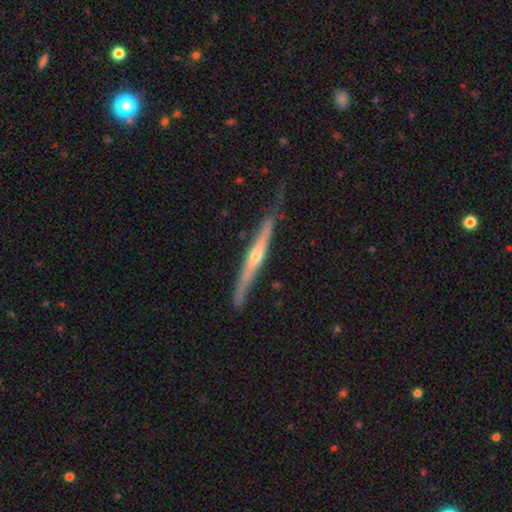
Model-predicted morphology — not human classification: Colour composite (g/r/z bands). It shows a featured or disk galaxy (77%) viewed edge-on (96%) with a rounded central bulge (79%). Merging: none (69%).